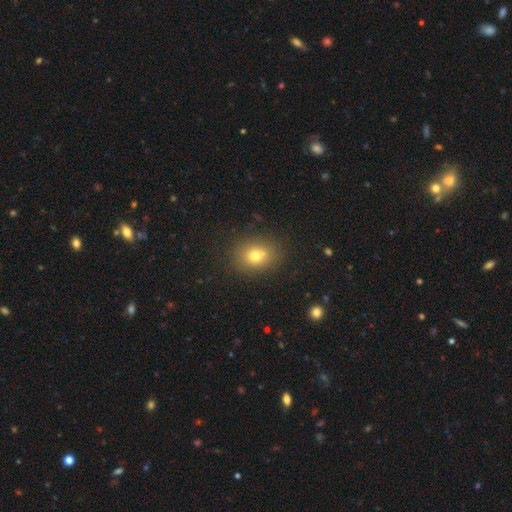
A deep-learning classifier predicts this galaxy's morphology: This appears to be a smooth galaxy with no disk features (74%) that is round (56%). Merging: none (73%).